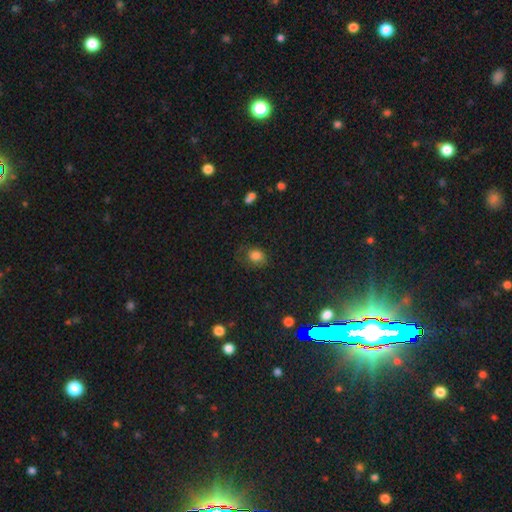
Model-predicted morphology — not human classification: smooth 79%, star or artifact 12%, featured or disk 9%. Down the decision tree: how rounded — round (57%); merging — none (60%).